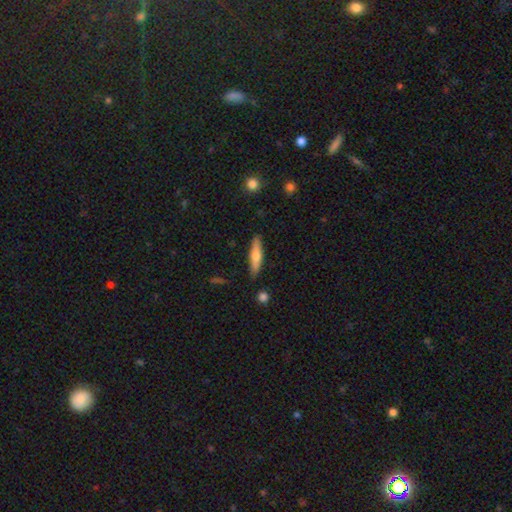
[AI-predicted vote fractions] The model was most divided on "smooth or featured": smooth: 54%, featured or disk: 40%, star or artifact: 6%. More confident: merging — none (87%); how rounded — cigar-shaped (78%).